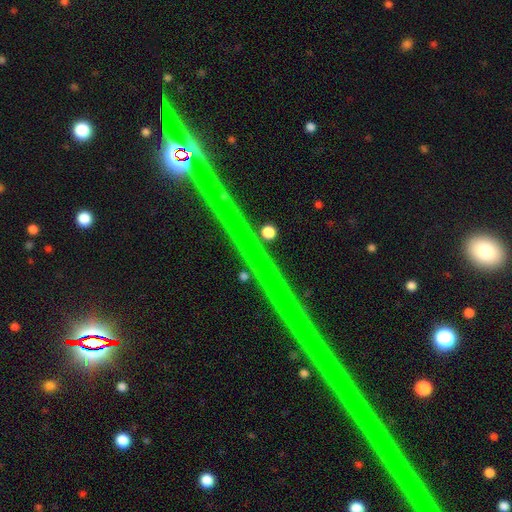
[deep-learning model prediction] Morphology: type=star or artifact (81%).